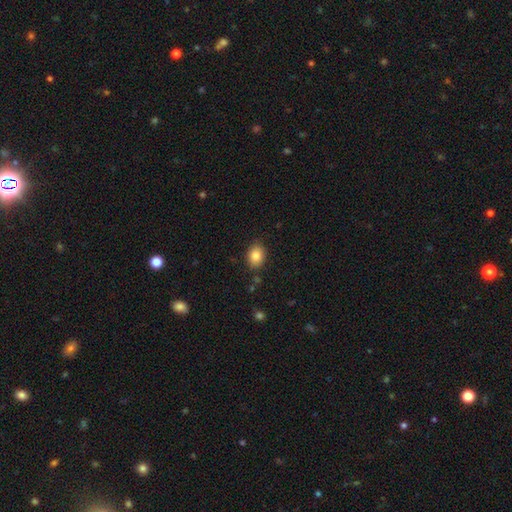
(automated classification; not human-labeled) This is clearly a smooth galaxy (86%). How rounded: likely in between (67%). Merging: clearly none (84%).